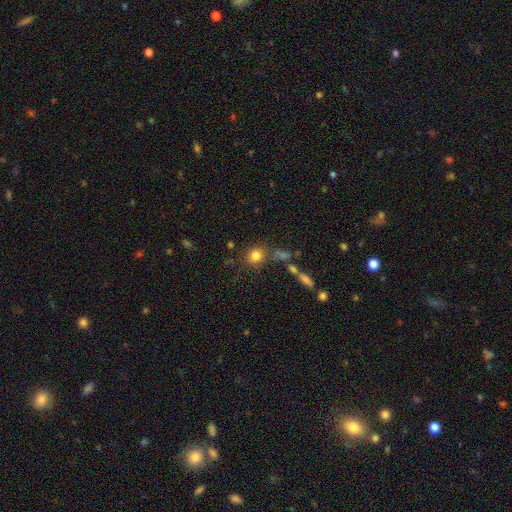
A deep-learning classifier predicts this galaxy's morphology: smooth 81%, star or artifact 12%, featured or disk 7%. Down the decision tree: how rounded — round (85%); merging — none (76%).